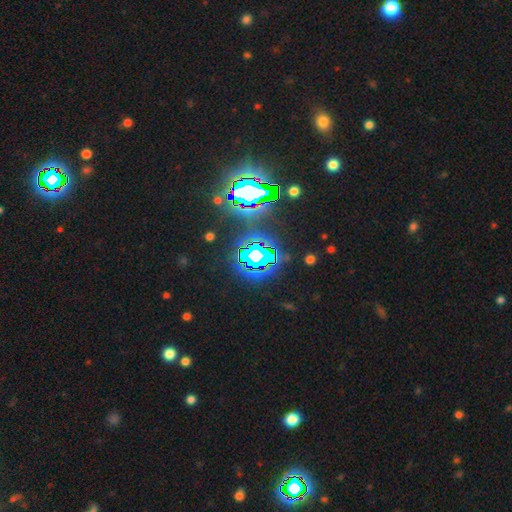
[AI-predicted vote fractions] This is clearly a star or artifact rather than a galaxy (83%).